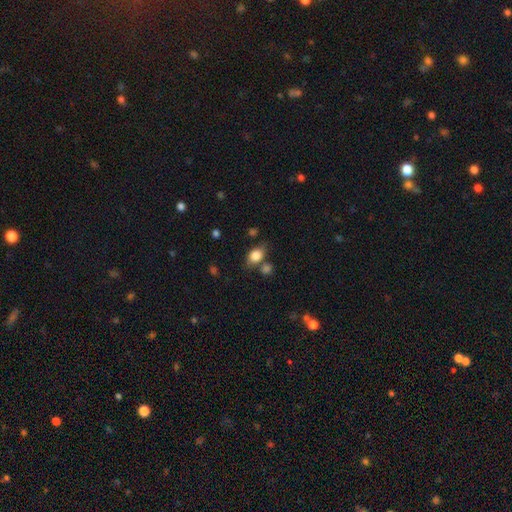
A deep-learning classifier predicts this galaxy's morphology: The model was most divided on "merging": none: 64%, minor disturbance: 17%, merger: 13%, major disturbance: 5%. More confident: smooth or featured — smooth (82%); how rounded — in between (73%).